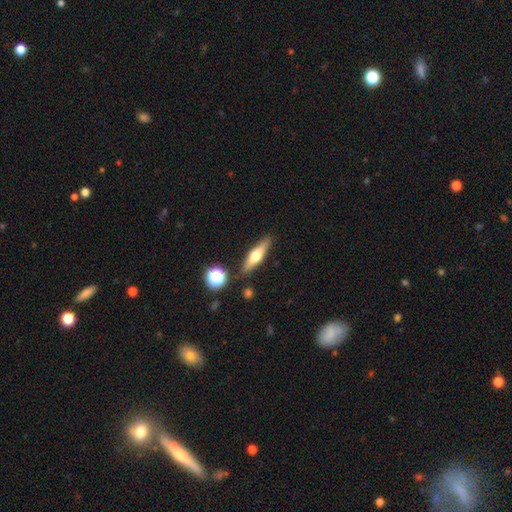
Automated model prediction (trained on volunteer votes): A featured or disk galaxy (48%).

Vote fractions:
- Smooth or featured? featured or disk: 48% / smooth: 44% / star or artifact: 7%
- Merging? none: 85% / minor disturbance: 9% / merger: 4% / major disturbance: 2%